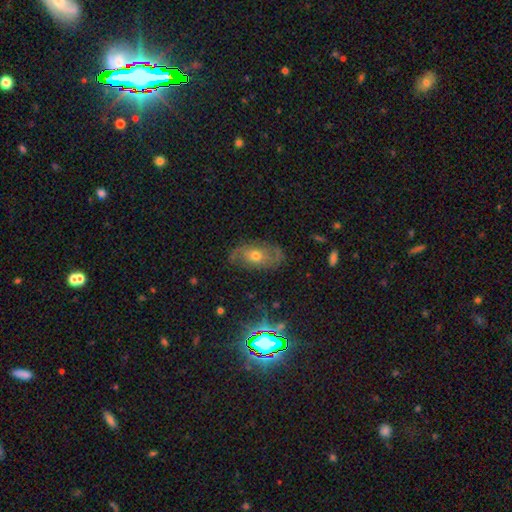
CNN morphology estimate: The model was most divided on "spiral winding": medium: 41%, loose: 38%, tight: 21%. More confident: edge-on disk — no (92%); spiral arms — yes (82%); bar — no (74%); spiral arm count — 2 (74%); merging — none (70%); smooth or featured — featured or disk (66%); bulge size — moderate (65%).